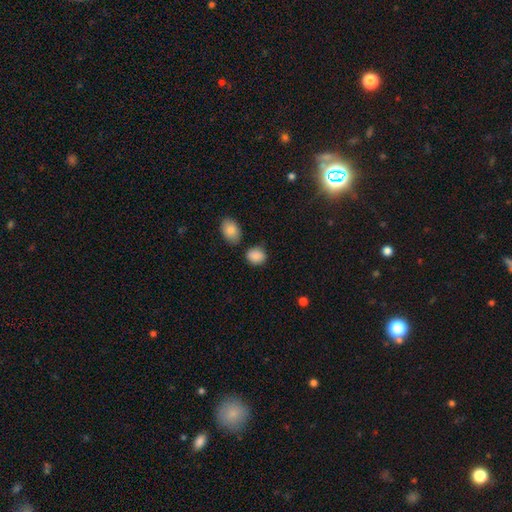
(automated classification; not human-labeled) Overall: smooth (88%). How rounded: round (59%; in between 39%). Merging: none (73%).